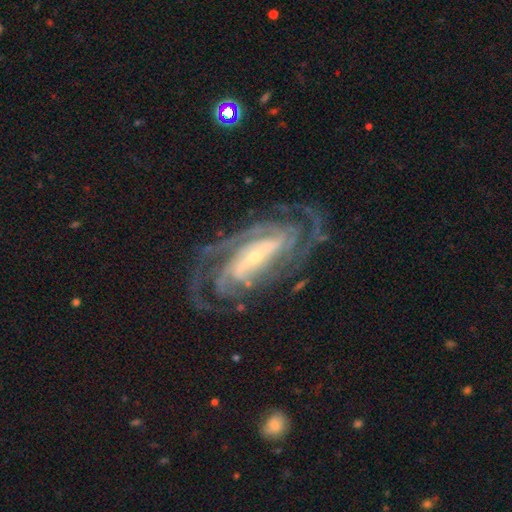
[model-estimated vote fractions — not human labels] A featured or disk galaxy (93%) with a strong bar (50%), 4 (26%) tight (62%) spiral arms (98%) and a small central bulge (69%).

Vote fractions:
- Smooth or featured? featured or disk: 93% / star or artifact: 4% / smooth: 3%
- Edge-on disk? no: 95% / yes: 5%
- Bar? strong: 50% / weak: 30% / no: 20%
- Spiral arms? yes: 98% / no: 2%
- Spiral winding? tight: 62% / medium: 32% / loose: 5%
- Spiral arm count? 4: 26% / 3: 25% / 2: 18% / can't tell: 14% / more than 4: 9% / 1: 7%
- Bulge size? small: 69% / moderate: 25% / large: 3% / none: 2% / dominant: 1%
- Merging? none: 76% / minor disturbance: 15% / major disturbance: 7% / merger: 1%